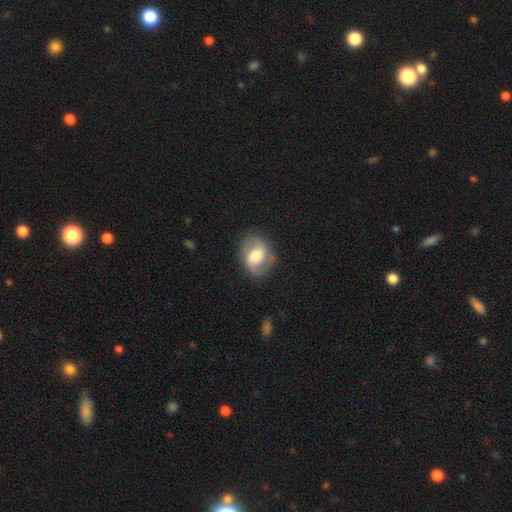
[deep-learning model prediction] Smooth or featured? Predicted: featured or disk (p=0.59). Edge-on disk? Predicted: no (p=0.96). Bar? Predicted: weak (p=0.41). Spiral arms? Predicted: yes (p=0.78). Bulge size? Predicted: moderate (p=0.48). Merging? Predicted: none (p=0.78).